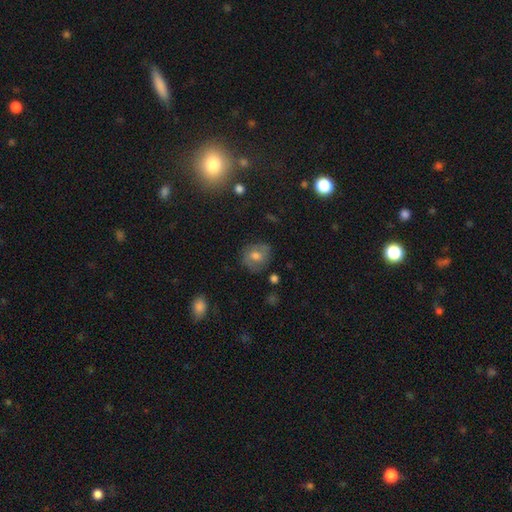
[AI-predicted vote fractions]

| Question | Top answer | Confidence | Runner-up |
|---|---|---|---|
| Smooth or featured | smooth | 58% | featured or disk (30%) |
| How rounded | round | 74% | in between (25%) |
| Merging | none | 75% | minor disturbance (17%) |